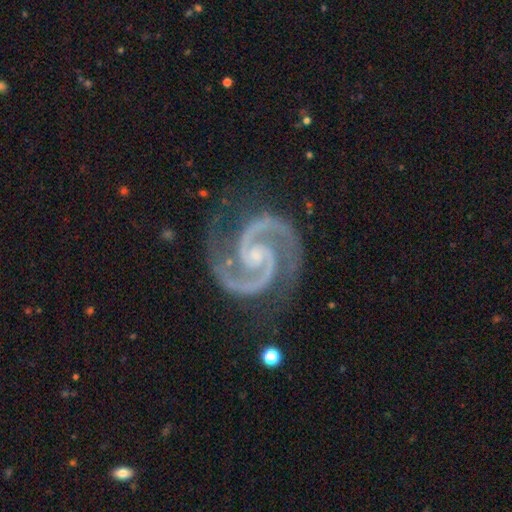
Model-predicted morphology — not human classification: Smooth or featured? featured or disk (95%)
Edge-on disk? no (99%)
Bar? no (57%)
Spiral arms? yes (99%)
Spiral winding? medium (53%)
Spiral arm count? 2 (94%)
Bulge size? small (64%)
Merging? none (79%)